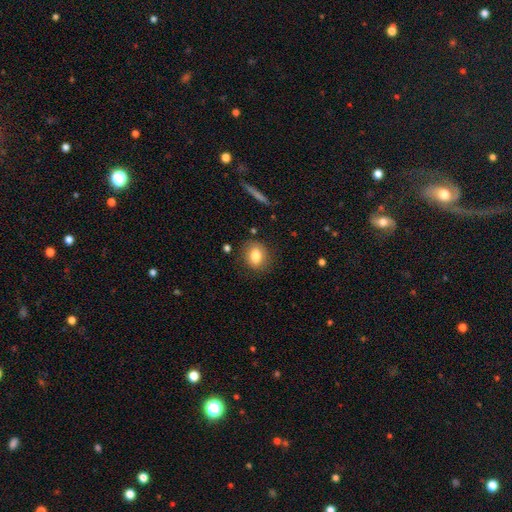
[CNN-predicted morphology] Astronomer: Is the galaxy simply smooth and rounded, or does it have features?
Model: smooth — 81%.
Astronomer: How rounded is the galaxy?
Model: in between — 50% (runner-up: round, 49%).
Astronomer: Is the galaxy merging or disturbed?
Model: none — 83%.